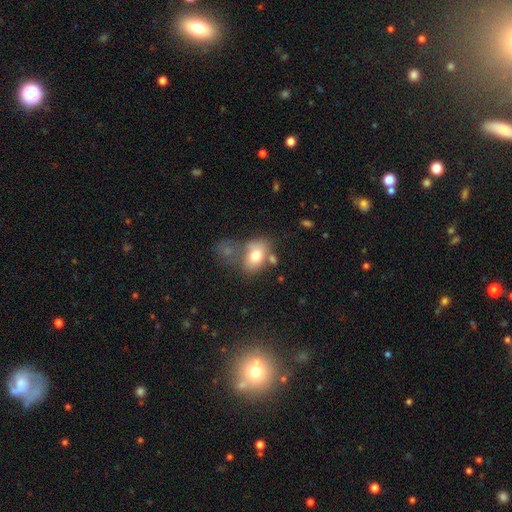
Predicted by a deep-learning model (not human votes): This appears to be a smooth galaxy with no disk features (73%) that is in between round and cigar-shaped (76%). Merging: none (37%).